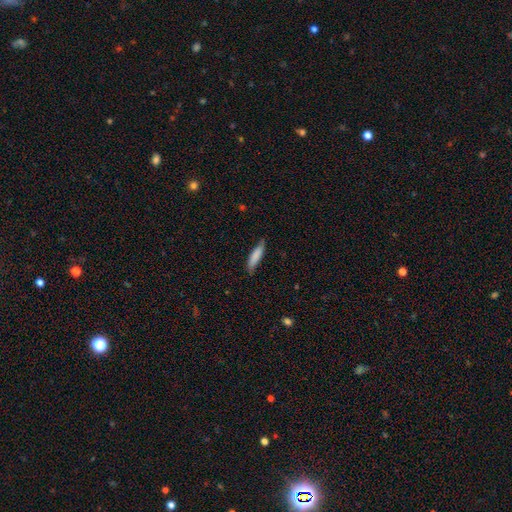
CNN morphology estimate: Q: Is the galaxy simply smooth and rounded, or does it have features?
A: smooth — 80%.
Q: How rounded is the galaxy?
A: cigar-shaped — 73%.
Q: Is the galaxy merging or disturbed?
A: none — 74%.